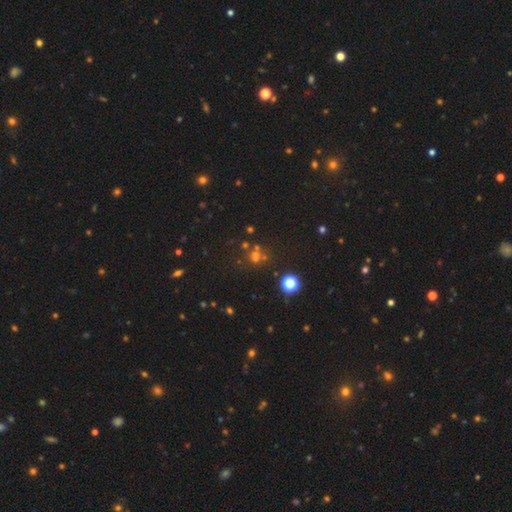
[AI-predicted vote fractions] A smooth galaxy with no disk features (46%). Merging: none (59%).